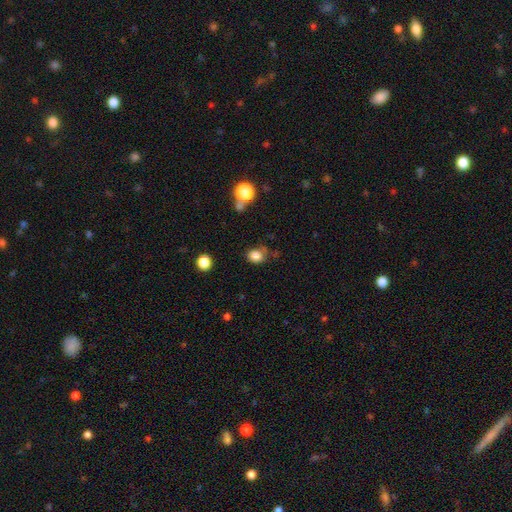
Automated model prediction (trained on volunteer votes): A smooth galaxy with no disk features (83%) that is round (61%). Merging: none (65%).